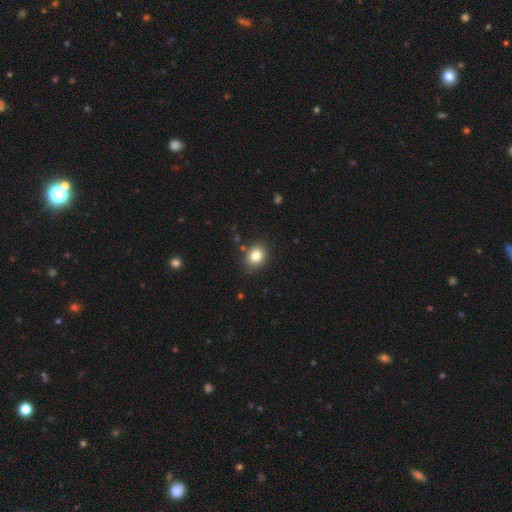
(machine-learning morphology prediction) A smooth galaxy with no disk features (82%) that is round (61%). Merging: none (84%).